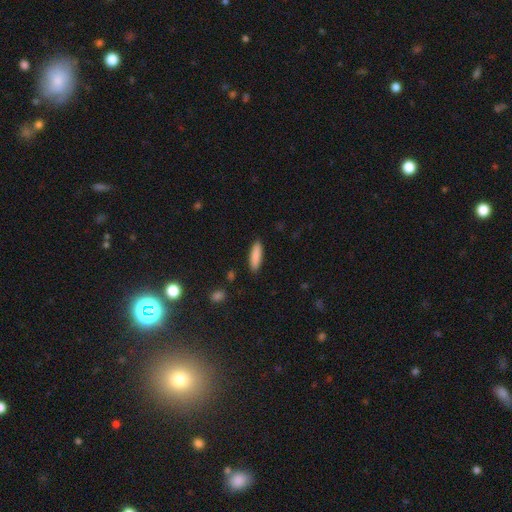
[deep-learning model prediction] Q: Smooth or featured?
A: smooth (88%); runner-up: featured or disk (6%)
Q: How rounded?
A: cigar-shaped (64%); runner-up: in between (35%)
Q: Merging?
A: none (89%); runner-up: minor disturbance (8%)